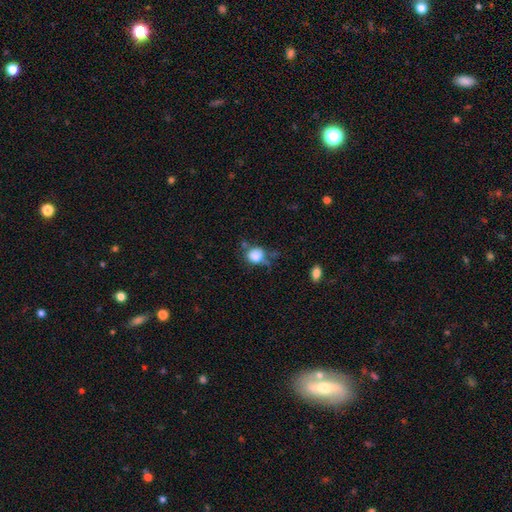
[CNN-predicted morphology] smooth-or-featured: smooth: 83% | star or artifact: 10% | featured or disk: 7%
  how-rounded: round: 73% | in between: 26% | cigar-shaped: 1%
  merging: none: 50% | minor disturbance: 26% | merger: 12% | major disturbance: 12%